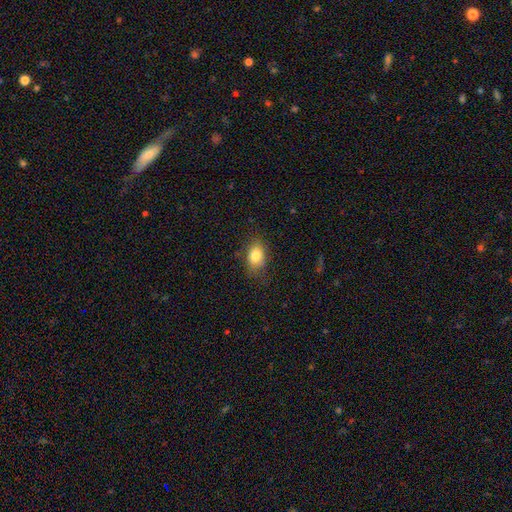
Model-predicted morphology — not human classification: Smooth or featured? smooth (80%)
How rounded? in between (69%)
Merging? none (75%)